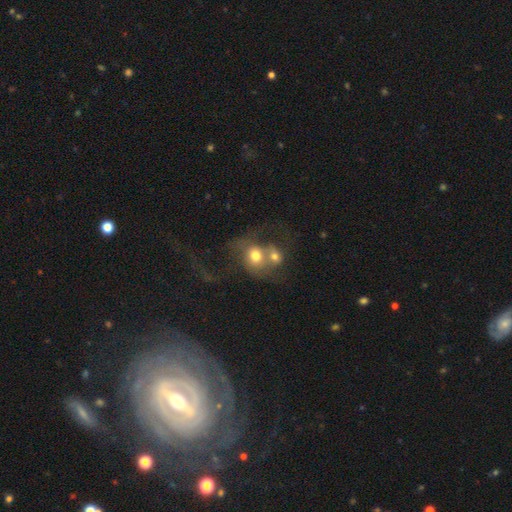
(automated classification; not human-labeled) The model was most divided on "smooth or featured": smooth: 53%, featured or disk: 36%, star or artifact: 11%. More confident: merging — merger (72%); how rounded — round (65%).